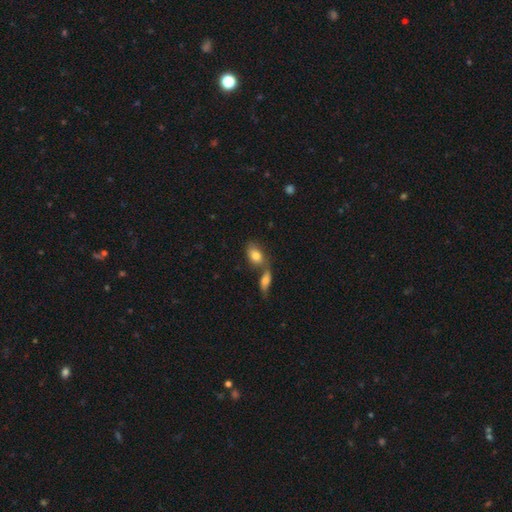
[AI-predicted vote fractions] This is clearly a smooth galaxy (81%). How rounded: clearly in between (86%). Merging: marginally merger (43%).